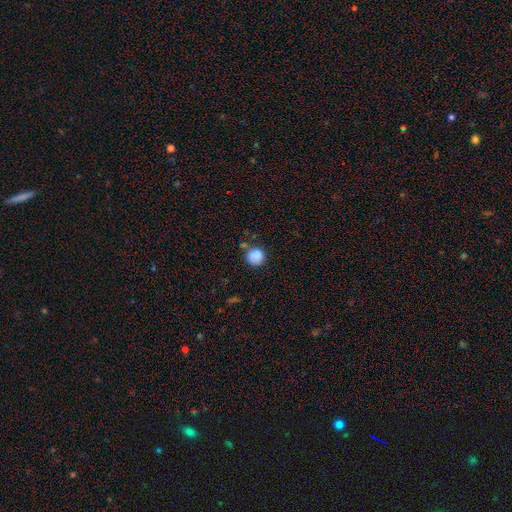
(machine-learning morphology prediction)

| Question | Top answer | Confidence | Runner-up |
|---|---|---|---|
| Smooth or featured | smooth | 87% | star or artifact (9%) |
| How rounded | round | 92% | in between (7%) |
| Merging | none | 72% | minor disturbance (16%) |